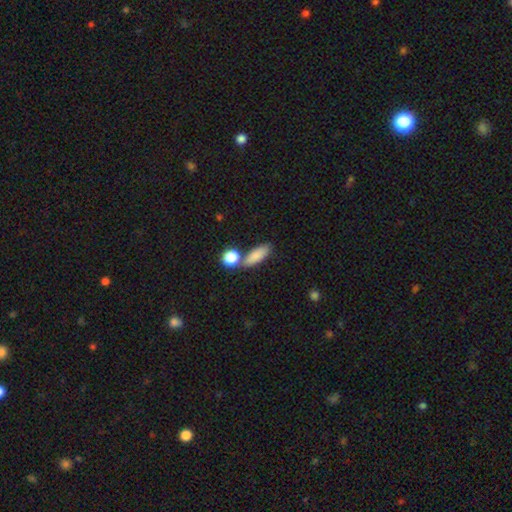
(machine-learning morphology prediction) This appears to be a smooth galaxy with no disk features (83%) that is in between round and cigar-shaped (66%). Merging: none (63%).